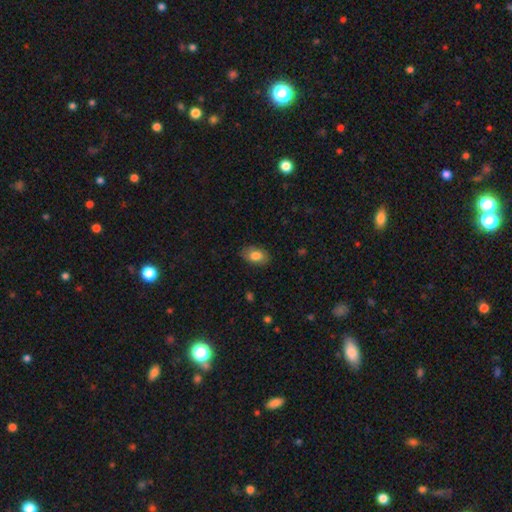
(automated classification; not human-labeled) smooth_or_featured: smooth (p=0.82) [alt: featured or disk p=0.11]
how_rounded: in between (p=0.89) [alt: round p=0.09]
merging: none (p=0.83) [alt: minor disturbance p=0.13]